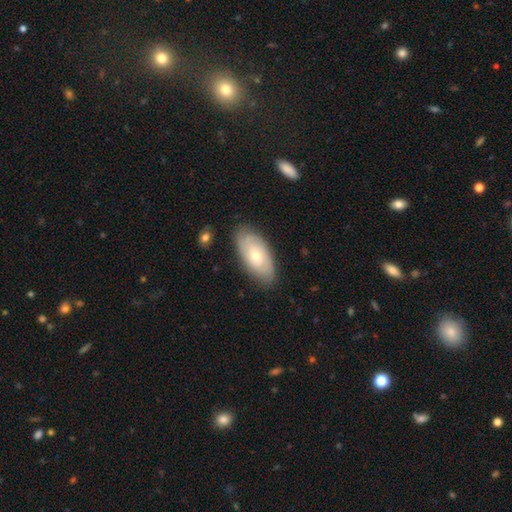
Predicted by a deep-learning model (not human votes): A featured or disk galaxy (56%) with no bar (79%), spiral arms (74%) and a small central bulge (51%).

Vote fractions:
- Smooth or featured? featured or disk: 56% / smooth: 37% / star or artifact: 7%
- Edge-on disk? no: 89% / yes: 11%
- Bar? no: 79% / weak: 17% / strong: 3%
- Spiral arms? yes: 74% / no: 26%
- Bulge size? small: 51% / moderate: 46% / large: 2% / none: 1% / dominant: 1%
- Merging? none: 82% / minor disturbance: 14% / major disturbance: 3% / merger: 1%